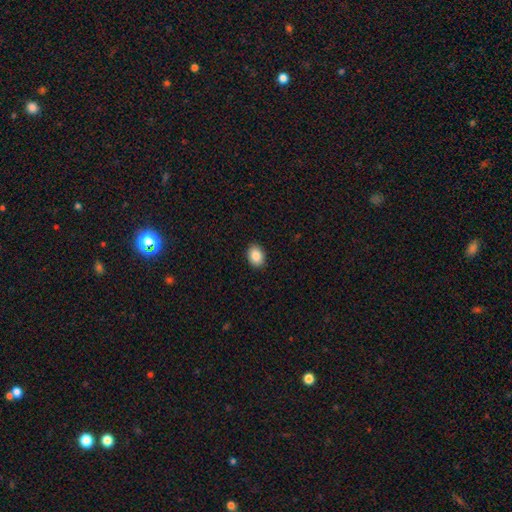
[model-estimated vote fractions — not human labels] A smooth galaxy with no disk features (87%) that is in between round and cigar-shaped (72%). Merging: none (91%).